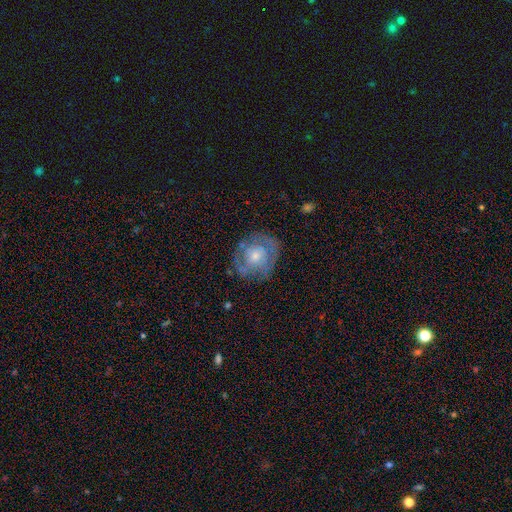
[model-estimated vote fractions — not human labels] Q: Smooth or featured?
A: featured or disk (58%); runner-up: smooth (34%)
Q: Edge-on disk?
A: no (97%); runner-up: yes (3%)
Q: Bar?
A: no (83%); runner-up: weak (14%)
Q: Spiral arms?
A: yes (51%); runner-up: no (49%)
Q: Bulge size?
A: small (46%); runner-up: moderate (44%)
Q: Merging?
A: none (69%); runner-up: minor disturbance (19%)